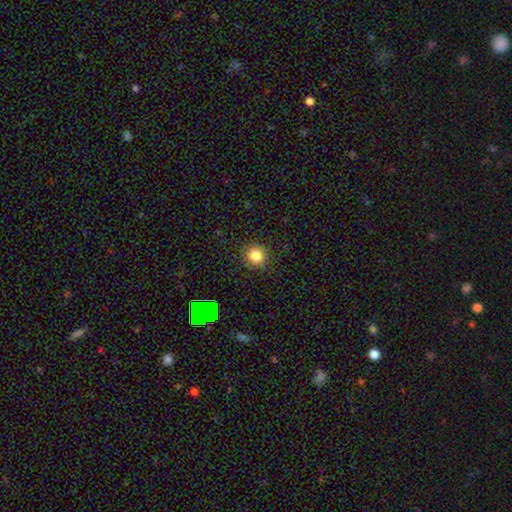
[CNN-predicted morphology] A smooth galaxy with no disk features (80%) that is round (93%).

Vote fractions:
- Smooth or featured? smooth: 80% / star or artifact: 14% / featured or disk: 6%
- How rounded? round: 93% / in between: 6% / cigar-shaped: 1%
- Merging? none: 89% / minor disturbance: 7% / major disturbance: 3% / merger: 1%